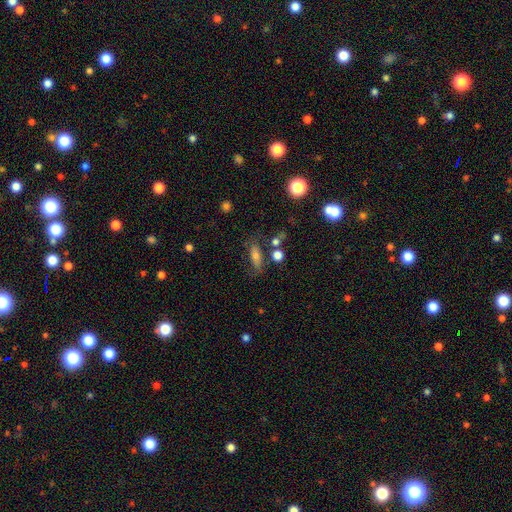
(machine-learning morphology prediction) smooth_or_featured: smooth (p=0.62) [alt: featured or disk p=0.25]
how_rounded: in between (p=0.63) [alt: cigar-shaped p=0.29]
merging: none (p=0.64) [alt: minor disturbance p=0.18]